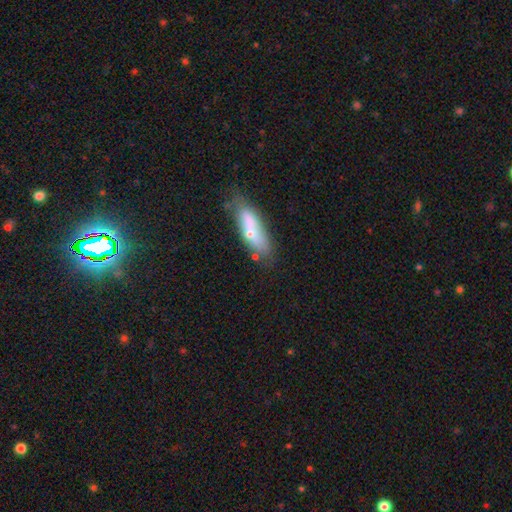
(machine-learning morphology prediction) This is possibly a smooth galaxy (59%). How rounded: possibly cigar-shaped (50%). Merging: possibly none (57%).